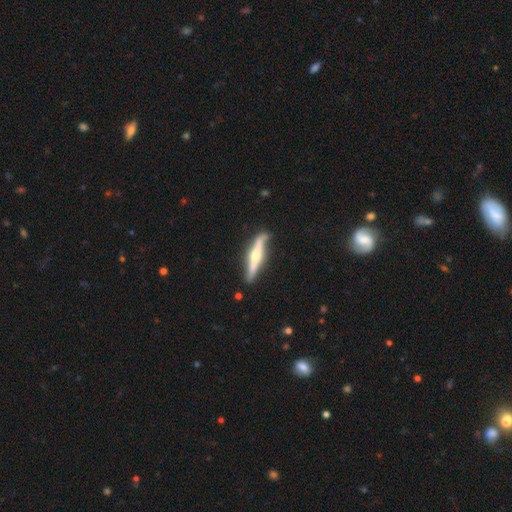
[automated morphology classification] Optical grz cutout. It shows a featured or disk galaxy (70%) viewed edge-on (96%) with a rounded central bulge (86%). Merging: none (79%).